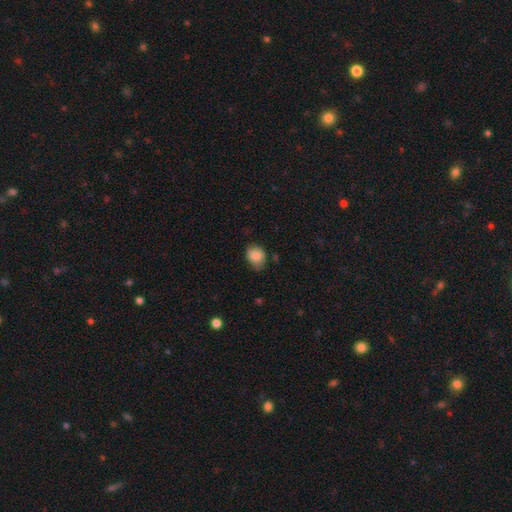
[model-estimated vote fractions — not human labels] smooth_or_featured: smooth (p=0.84) [alt: star or artifact p=0.08]
how_rounded: in between (p=0.54) [alt: round p=0.45]
merging: none (p=0.68) [alt: minor disturbance p=0.26]